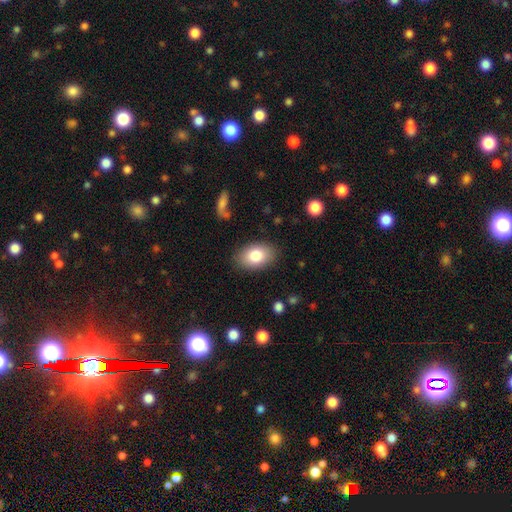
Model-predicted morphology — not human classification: Smooth or featured? smooth (80%)
How rounded? in between (88%)
Merging? none (86%)